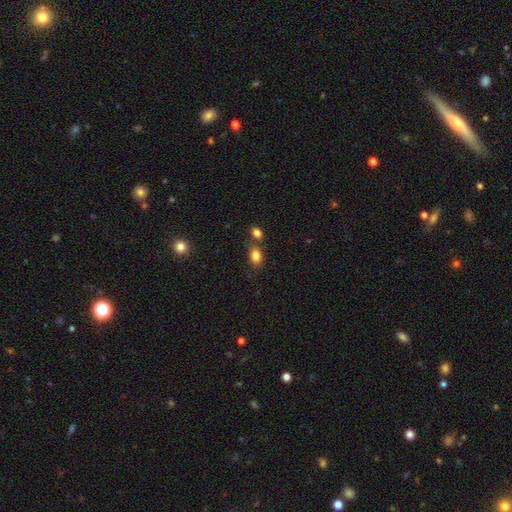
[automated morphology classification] Smooth or featured? smooth (83%)
How rounded? in between (74%)
Merging? none (63%)